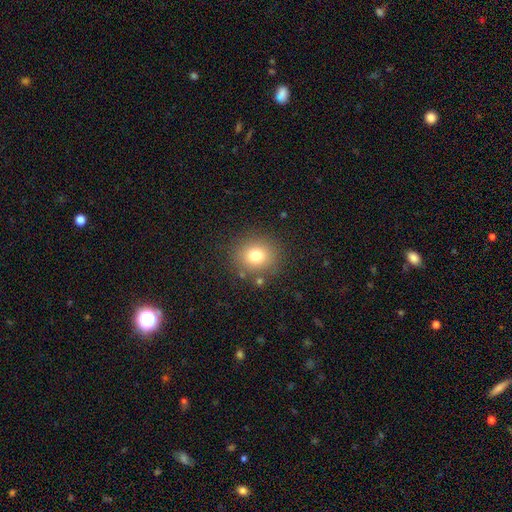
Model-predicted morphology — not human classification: Smooth or featured?
  - smooth: 76% *
  - star or artifact: 14%
  - featured or disk: 10%
How rounded?
  - round: 82% *
  - in between: 17%
  - cigar-shaped: 1%
Merging?
  - none: 84% *
  - minor disturbance: 9%
  - major disturbance: 4%
  - merger: 3%